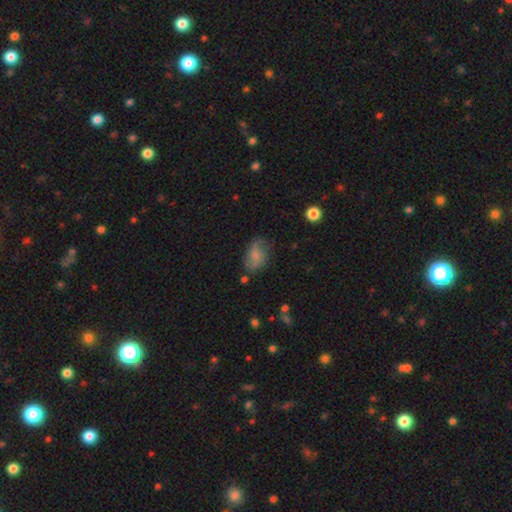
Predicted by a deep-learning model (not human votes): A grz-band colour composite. It shows a smooth galaxy with no disk features (54%) that is in between round and cigar-shaped (84%). Merging: none (61%).